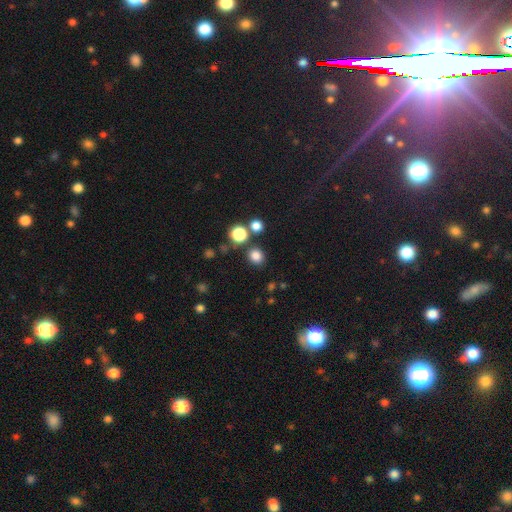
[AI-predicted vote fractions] This appears to be a smooth galaxy with no disk features (80%) that is round (80%). Merging: none (81%).